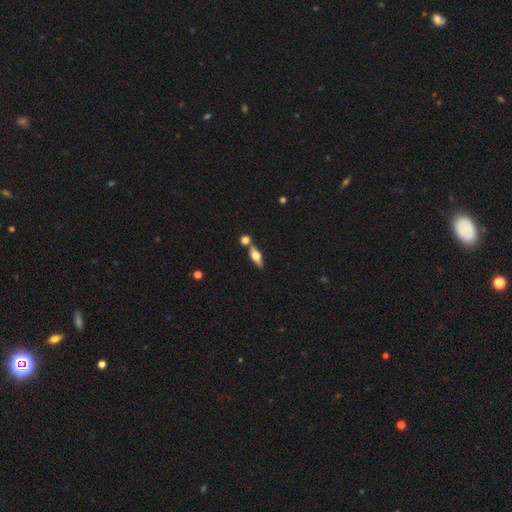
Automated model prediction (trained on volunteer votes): The model was most divided on "smooth or featured": featured or disk: 57%, smooth: 36%, star or artifact: 7%. More confident: edge-on bulge — rounded (94%); edge-on disk — yes (91%); merging — none (66%).